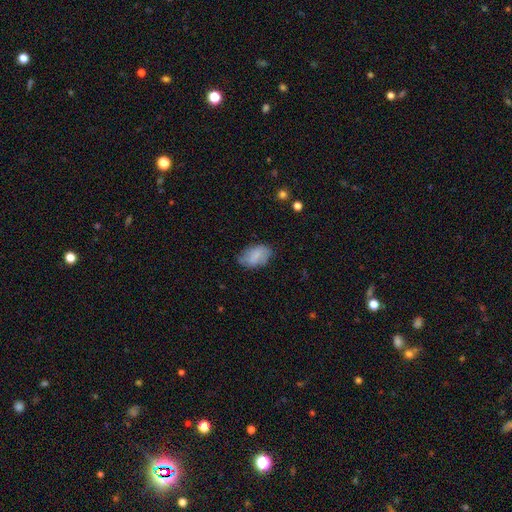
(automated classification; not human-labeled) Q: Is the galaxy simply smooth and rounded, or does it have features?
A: smooth — 77%.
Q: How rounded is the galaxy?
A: in between — 91%.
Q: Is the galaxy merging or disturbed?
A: none — 68%.